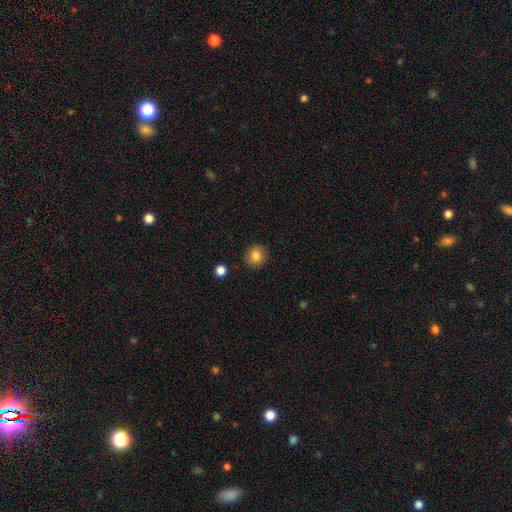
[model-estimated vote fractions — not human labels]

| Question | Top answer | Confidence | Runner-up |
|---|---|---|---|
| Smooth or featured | smooth | 83% | star or artifact (10%) |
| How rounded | round | 88% | in between (11%) |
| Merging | none | 88% | minor disturbance (8%) |